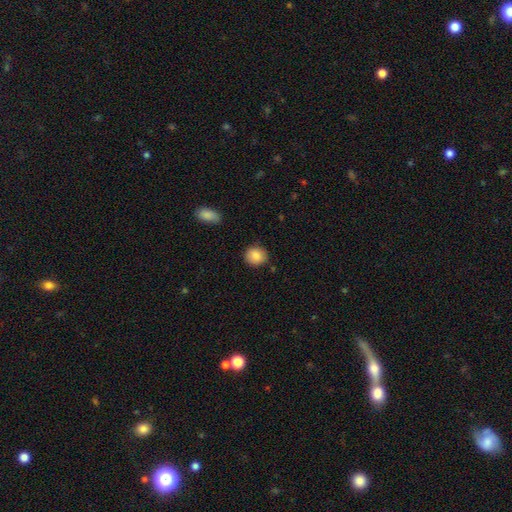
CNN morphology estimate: smooth 87%, star or artifact 8%, featured or disk 6%. Down the decision tree: how rounded — round (80%); merging — none (86%).